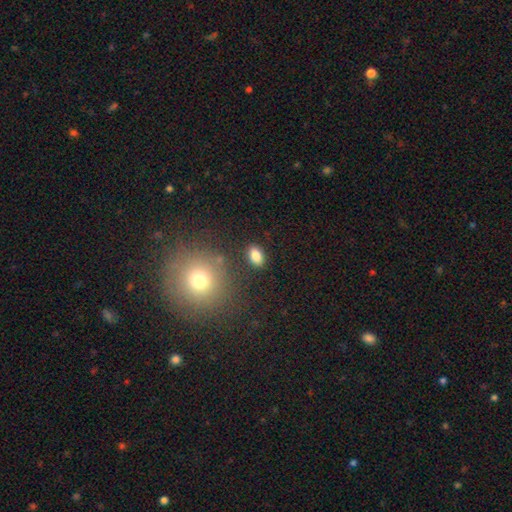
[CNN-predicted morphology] A smooth galaxy with no disk features (83%) that is in between round and cigar-shaped (85%).

Vote fractions:
- Smooth or featured? smooth: 83% / star or artifact: 10% / featured or disk: 7%
- How rounded? in between: 85% / round: 13% / cigar-shaped: 2%
- Merging? none: 86% / minor disturbance: 9% / merger: 3% / major disturbance: 3%